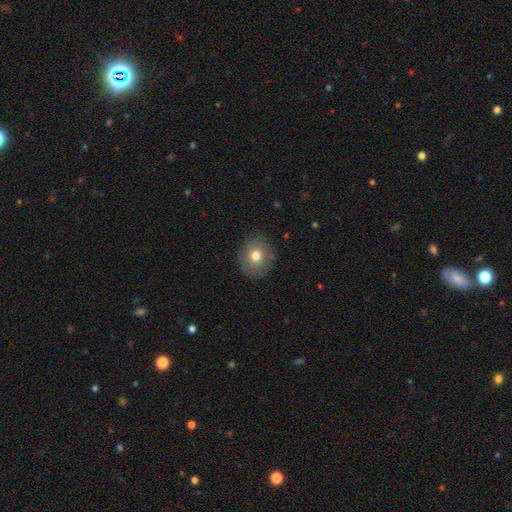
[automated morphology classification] A smooth galaxy with no disk features (74%) that is round (81%).

Vote fractions:
- Smooth or featured? smooth: 74% / featured or disk: 16% / star or artifact: 10%
- How rounded? round: 81% / in between: 18% / cigar-shaped: 1%
- Merging? none: 86% / minor disturbance: 10% / major disturbance: 3% / merger: 1%